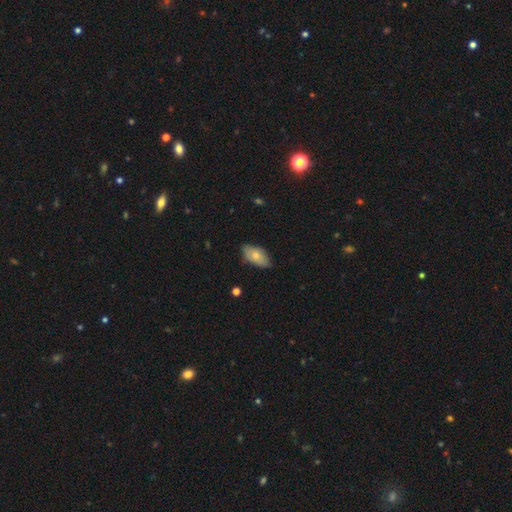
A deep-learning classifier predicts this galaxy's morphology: This appears to be a smooth galaxy with no disk features (72%) that is in between round and cigar-shaped (93%). Merging: none (71%).